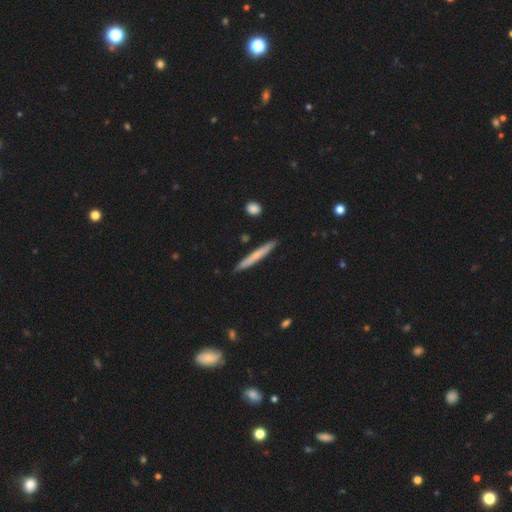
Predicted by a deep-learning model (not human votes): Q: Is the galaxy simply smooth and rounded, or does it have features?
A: smooth — 63%.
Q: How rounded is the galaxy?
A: cigar-shaped — 96%.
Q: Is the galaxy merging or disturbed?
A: none — 89%.